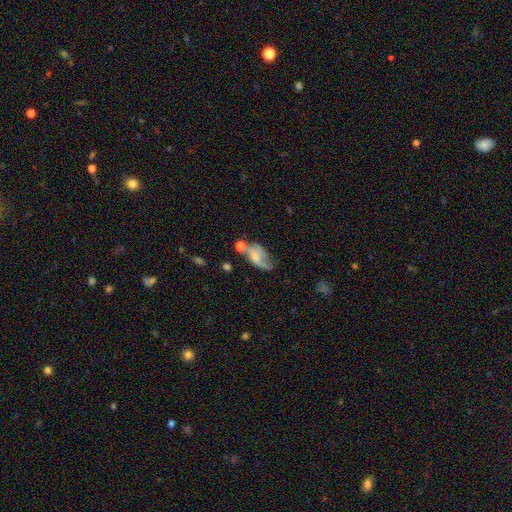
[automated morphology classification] Smooth or featured? featured or disk (49%)
Merging? none (29%)